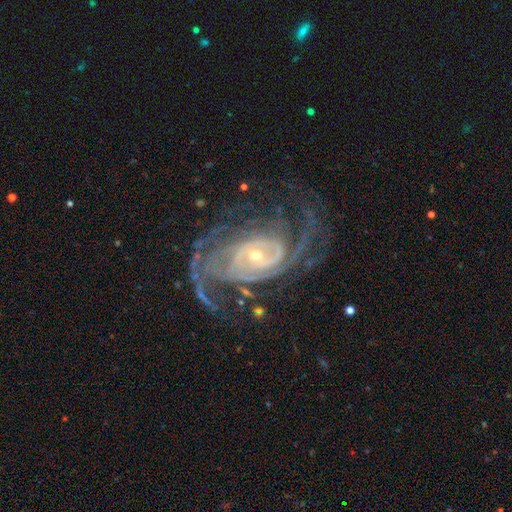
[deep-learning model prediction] Smooth or featured?
  - featured or disk: 91% *
  - star or artifact: 6%
  - smooth: 3%
Edge-on disk?
  - no: 97% *
  - yes: 3%
Bar?
  - no: 56% *
  - weak: 29%
  - strong: 15%
Spiral arms?
  - yes: 97% *
  - no: 3%
Spiral winding?
  - tight: 53% *
  - medium: 35%
  - loose: 12%
Spiral arm count?
  - 2: 30% *
  - can't tell: 20%
  - 3: 20%
  - 4: 13%
  - more than 4: 9%
  - 1: 8%
Bulge size?
  - small: 67% *
  - moderate: 29%
  - large: 2%
  - none: 1%
  - dominant: 1%
Merging?
  - none: 56% *
  - major disturbance: 23%
  - minor disturbance: 18%
  - merger: 3%